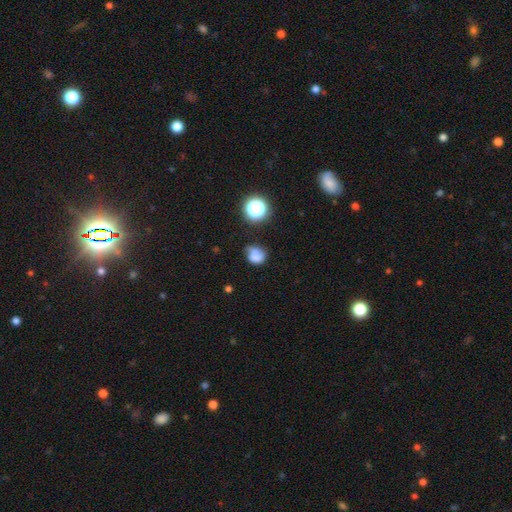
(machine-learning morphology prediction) This is likely a smooth galaxy (70%). How rounded: likely round (64%). Merging: marginally none (43%).